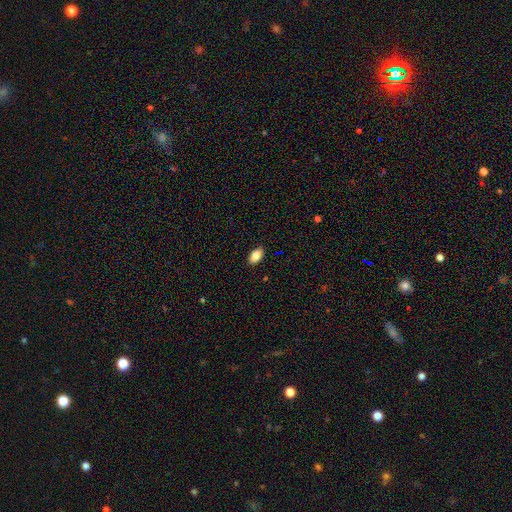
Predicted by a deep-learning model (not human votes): smooth_or_featured: smooth (p=0.83) [alt: featured or disk p=0.09]
how_rounded: in between (p=0.92) [alt: round p=0.04]
merging: none (p=0.89) [alt: minor disturbance p=0.08]